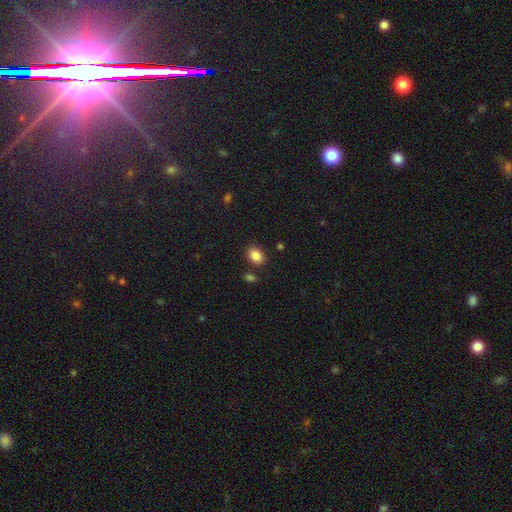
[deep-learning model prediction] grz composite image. It shows a smooth galaxy with no disk features (86%) that is in between round and cigar-shaped (70%). Merging: none (82%).